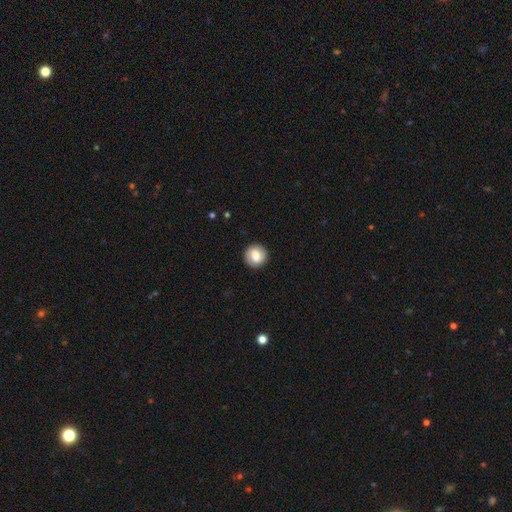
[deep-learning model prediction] smooth-or-featured: smooth: 73% | featured or disk: 19% | star or artifact: 8%
  how-rounded: round: 91% | in between: 8% | cigar-shaped: 1%
  merging: none: 90% | minor disturbance: 7% | major disturbance: 2% | merger: 1%